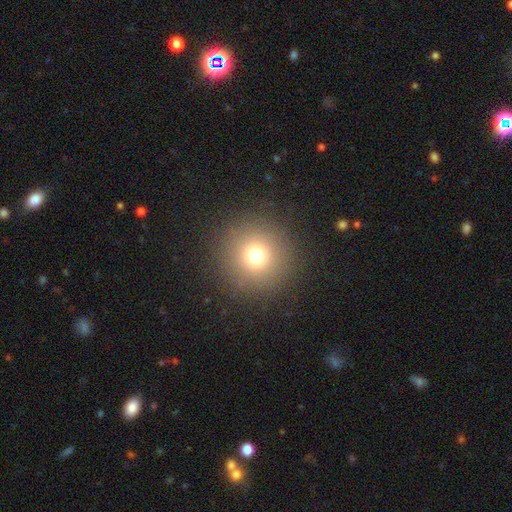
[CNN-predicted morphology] Q: Smooth or featured?
A: smooth (73%); runner-up: star or artifact (17%)
Q: How rounded?
A: round (96%); runner-up: in between (3%)
Q: Merging?
A: none (90%); runner-up: minor disturbance (5%)